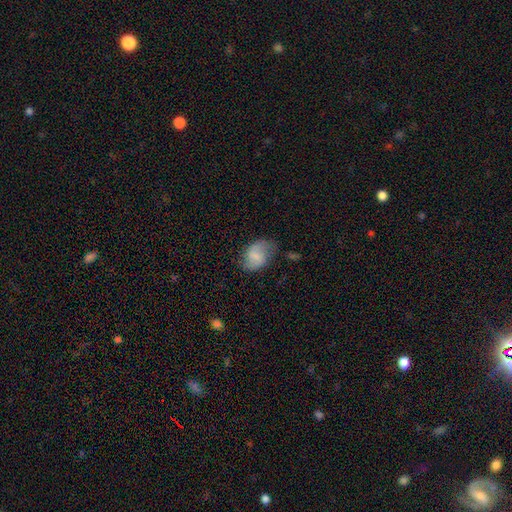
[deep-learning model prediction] This appears to be a smooth galaxy with no disk features (62%) that is in between round and cigar-shaped (82%). Merging: none (57%).